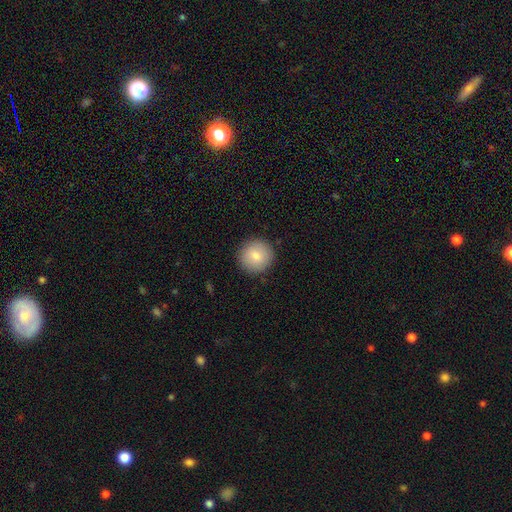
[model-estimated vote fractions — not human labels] Smooth or featured? smooth (82%)
How rounded? round (94%)
Merging? none (90%)